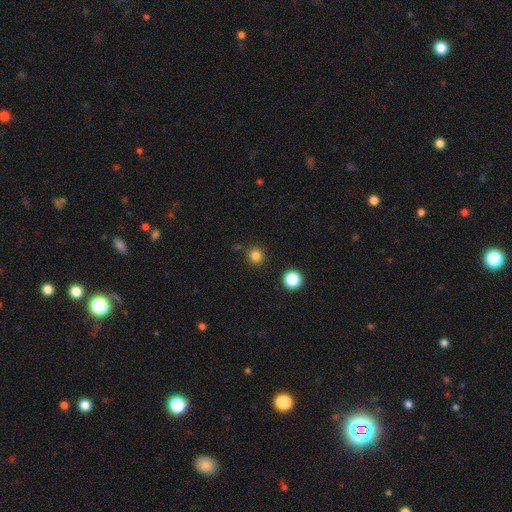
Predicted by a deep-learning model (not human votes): smooth_or_featured: smooth (p=0.82) [alt: star or artifact p=0.14]
how_rounded: round (p=0.93) [alt: in between p=0.06]
merging: none (p=0.88) [alt: minor disturbance p=0.07]